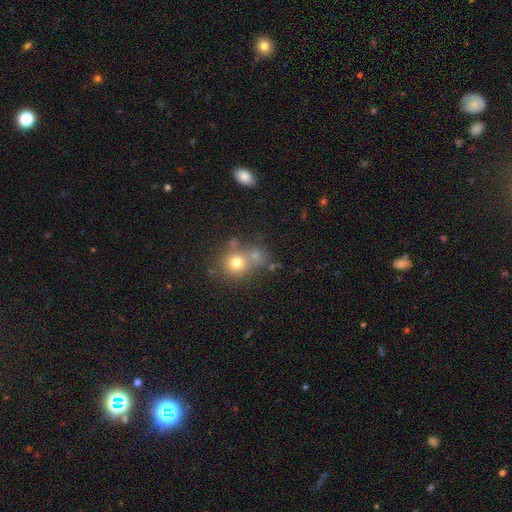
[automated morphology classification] type=smooth (70%); roundness=round (81%); merging=none (52%).